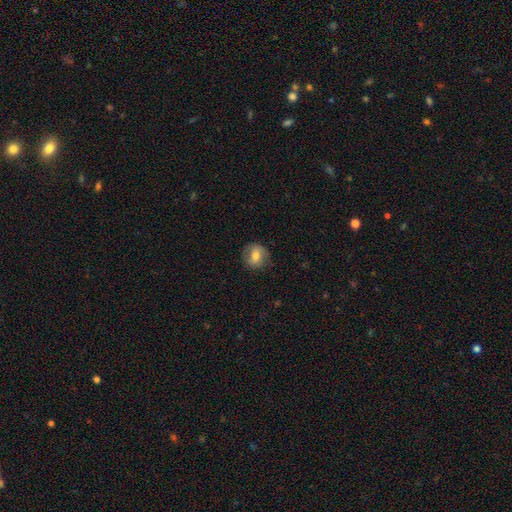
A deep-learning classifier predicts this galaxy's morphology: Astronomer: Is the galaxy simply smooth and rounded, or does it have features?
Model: smooth — 63%.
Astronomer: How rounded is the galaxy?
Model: round — 77%.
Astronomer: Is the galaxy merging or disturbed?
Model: none — 78%.